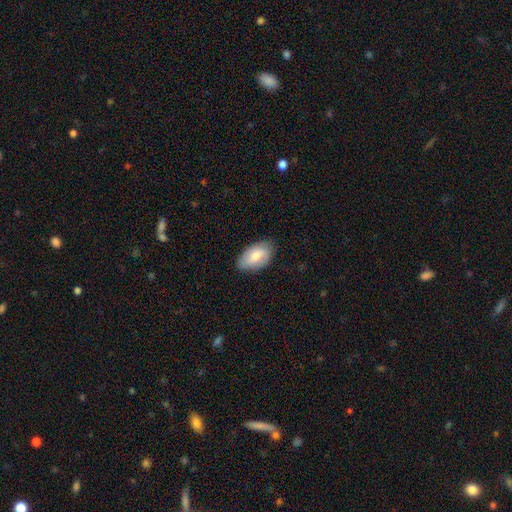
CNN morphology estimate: Smooth or featured? smooth (72%)
How rounded? in between (94%)
Merging? none (77%)